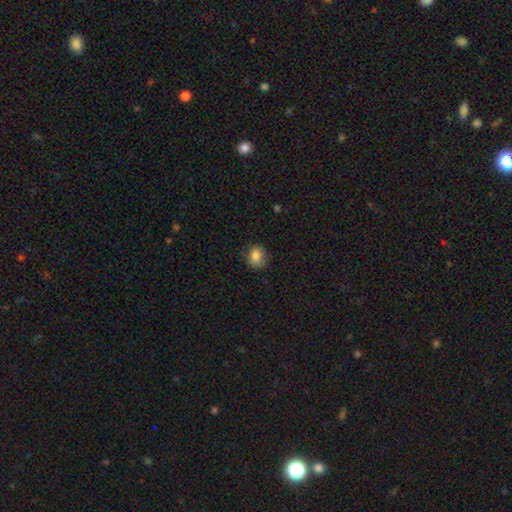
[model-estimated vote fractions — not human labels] Q: Smooth or featured?
A: smooth (84%); runner-up: star or artifact (10%)
Q: How rounded?
A: round (71%); runner-up: in between (28%)
Q: Merging?
A: none (79%); runner-up: minor disturbance (17%)